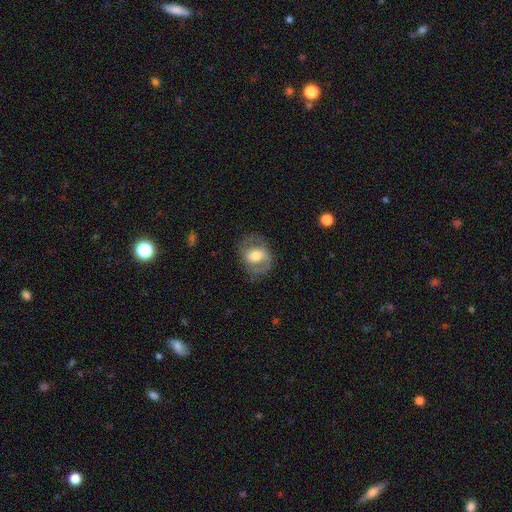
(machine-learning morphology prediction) Smooth or featured?
  - featured or disk: 62% *
  - smooth: 32%
  - star or artifact: 7%
Edge-on disk?
  - no: 96% *
  - yes: 4%
Bar?
  - weak: 41% *
  - no: 35%
  - strong: 24%
Spiral arms?
  - yes: 72% *
  - no: 28%
Bulge size?
  - moderate: 61% *
  - large: 22%
  - small: 13%
  - dominant: 2%
  - none: 2%
Merging?
  - none: 74% *
  - minor disturbance: 15%
  - major disturbance: 10%
  - merger: 1%